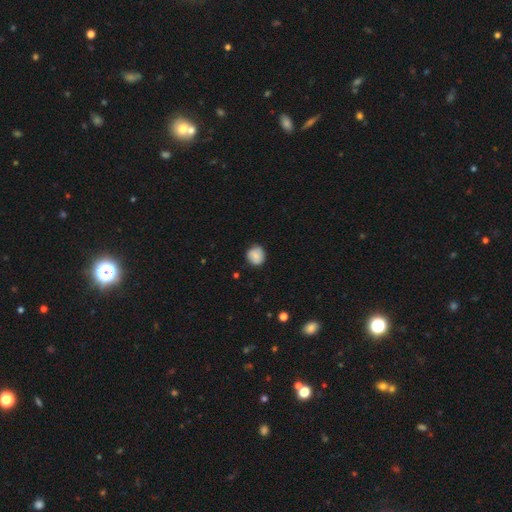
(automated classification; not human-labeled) Overall: smooth (82%). How rounded: round (86%). Merging: none (83%).